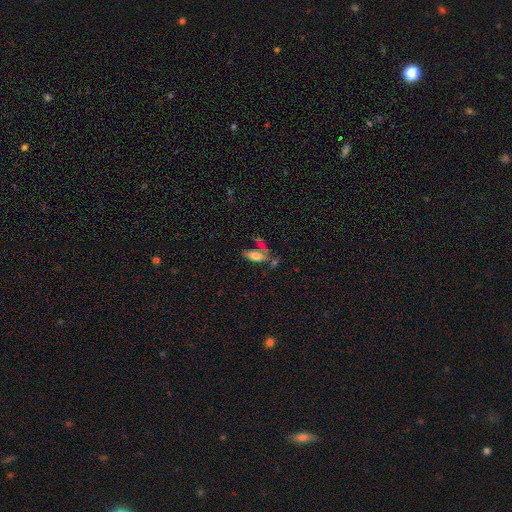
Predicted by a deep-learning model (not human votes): smooth-or-featured: smooth: 65% | featured or disk: 25% | star or artifact: 9%
  how-rounded: in between: 69% | cigar-shaped: 28% | round: 3%
  merging: none: 41% | merger: 27% | minor disturbance: 16% | major disturbance: 16%